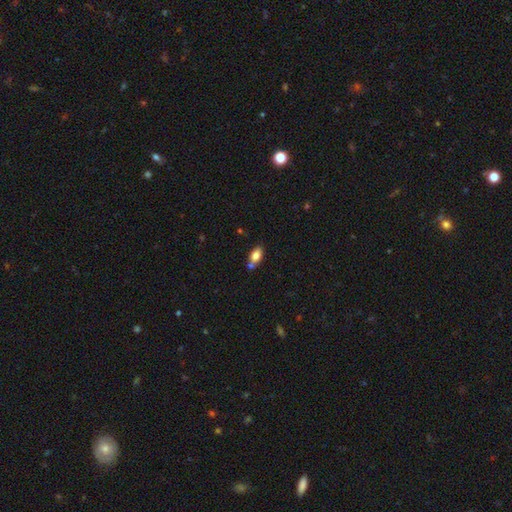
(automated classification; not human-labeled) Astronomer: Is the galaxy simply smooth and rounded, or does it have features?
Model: smooth — 80%.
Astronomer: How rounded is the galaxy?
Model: in between — 90%.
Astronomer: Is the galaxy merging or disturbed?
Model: none — 59%.